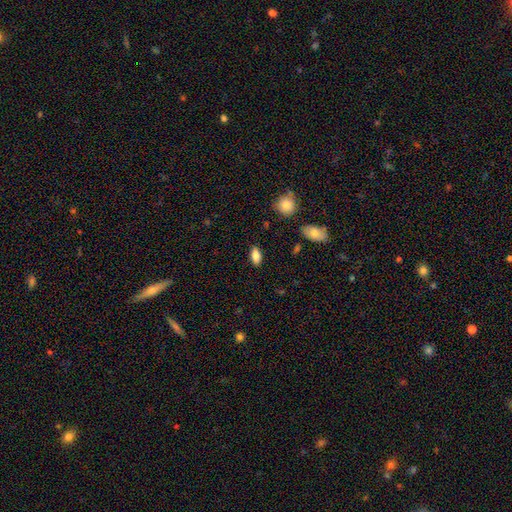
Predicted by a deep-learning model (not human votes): This is clearly a smooth galaxy (84%). How rounded: clearly in between (88%). Merging: clearly none (87%).